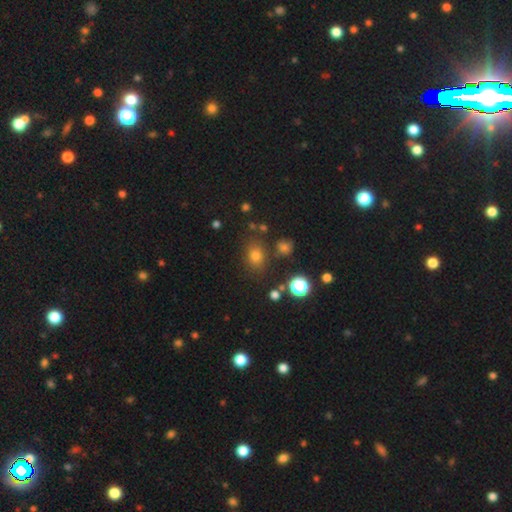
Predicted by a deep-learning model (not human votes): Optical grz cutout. It shows a smooth galaxy with no disk features (72%) that is round (50%). Merging: none (78%).